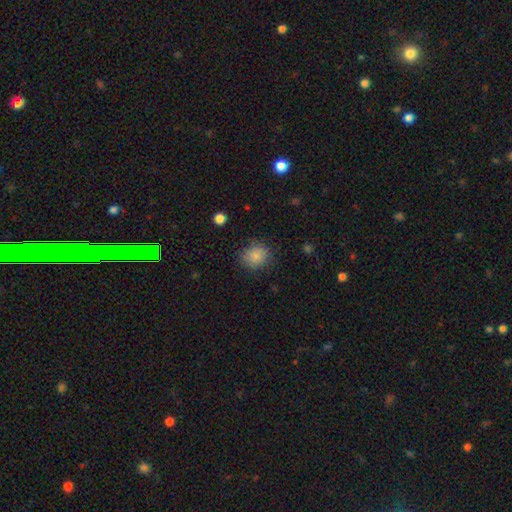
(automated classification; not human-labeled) This appears to be a smooth galaxy with no disk features (85%) that is round (74%). Merging: none (80%).